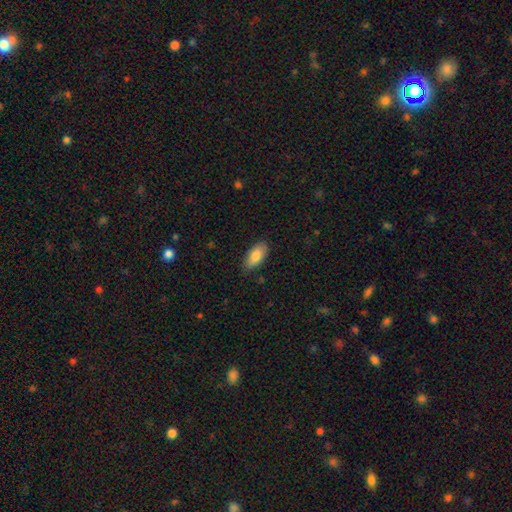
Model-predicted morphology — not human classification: smooth_or_featured: smooth (p=0.85) [alt: featured or disk p=0.09]
how_rounded: in between (p=0.89) [alt: cigar-shaped p=0.09]
merging: none (p=0.80) [alt: minor disturbance p=0.17]